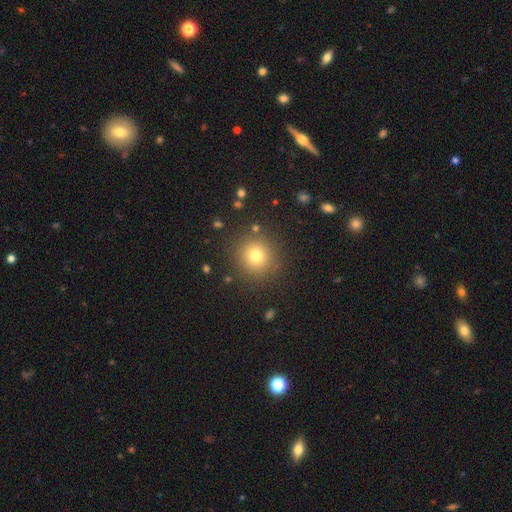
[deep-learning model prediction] smooth_or_featured: smooth (p=0.76) [alt: star or artifact p=0.15]
how_rounded: round (p=0.89) [alt: in between p=0.10]
merging: none (p=0.88) [alt: minor disturbance p=0.07]